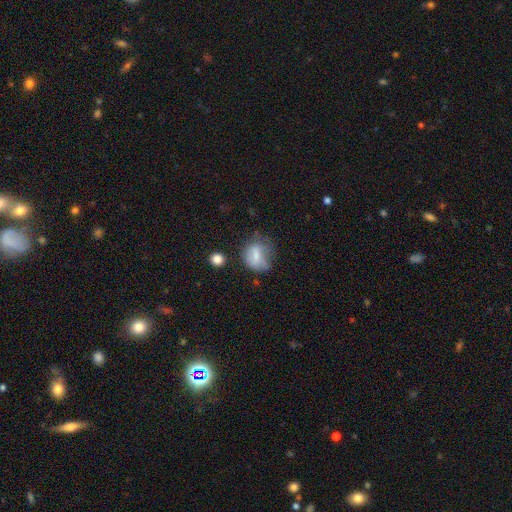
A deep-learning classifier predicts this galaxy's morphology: A smooth galaxy with no disk features (67%) that is round (51%).

Vote fractions:
- Smooth or featured? smooth: 67% / featured or disk: 22% / star or artifact: 11%
- How rounded? round: 51% / in between: 47% / cigar-shaped: 2%
- Merging? none: 41% / minor disturbance: 30% / major disturbance: 24% / merger: 5%